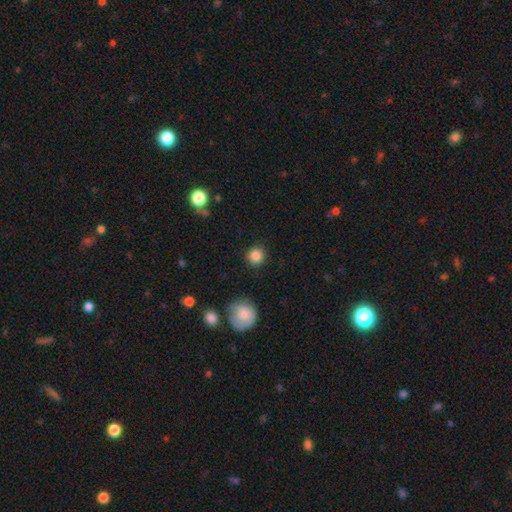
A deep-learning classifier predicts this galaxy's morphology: The model was most divided on "smooth or featured": smooth: 86%, star or artifact: 10%, featured or disk: 4%. More confident: how rounded — round (93%); merging — none (89%).